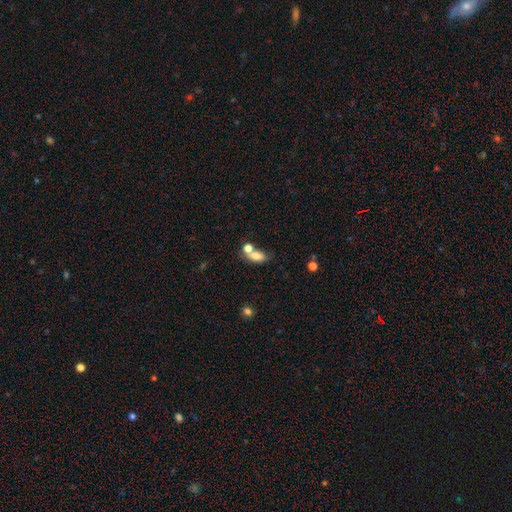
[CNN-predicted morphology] A smooth galaxy with no disk features (74%) that is in between round and cigar-shaped (81%).

Vote fractions:
- Smooth or featured? smooth: 74% / featured or disk: 15% / star or artifact: 11%
- How rounded? in between: 81% / round: 13% / cigar-shaped: 6%
- Merging? merger: 46% / none: 34% / minor disturbance: 13% / major disturbance: 8%